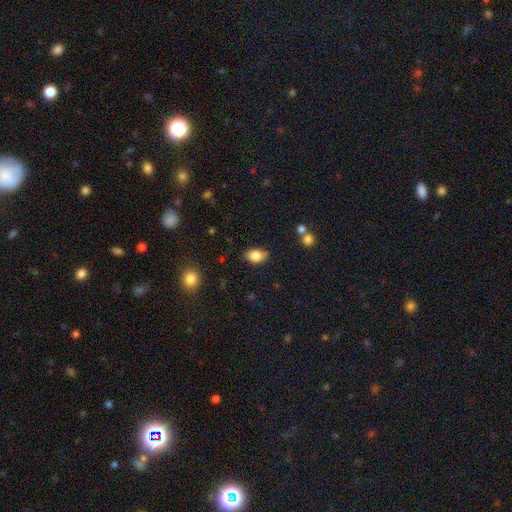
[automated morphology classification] Smooth or featured: smooth — 84% (star or artifact — 8%)
How rounded: in between — 83% (round — 16%)
Merging: none — 75% (minor disturbance — 19%)